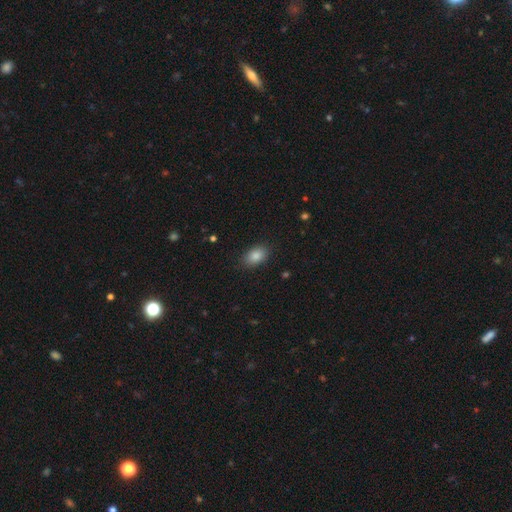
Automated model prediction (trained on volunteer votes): smooth_or_featured: smooth (p=0.85) [alt: star or artifact p=0.09]
how_rounded: in between (p=0.87) [alt: round p=0.12]
merging: none (p=0.87) [alt: minor disturbance p=0.09]